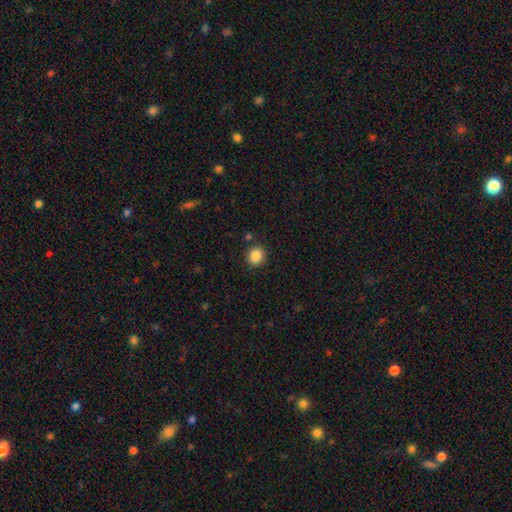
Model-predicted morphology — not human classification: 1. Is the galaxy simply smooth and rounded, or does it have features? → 87% smooth, 9% star or artifact, 3% featured or disk.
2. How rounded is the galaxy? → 77% round, 22% in between, 1% cigar-shaped.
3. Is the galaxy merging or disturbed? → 88% none, 7% minor disturbance, 2% major disturbance, 2% merger.